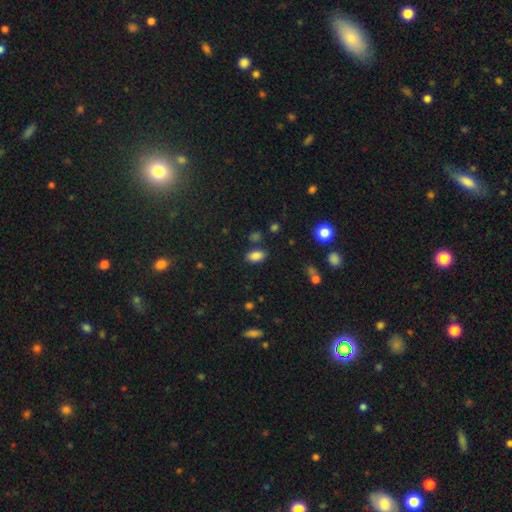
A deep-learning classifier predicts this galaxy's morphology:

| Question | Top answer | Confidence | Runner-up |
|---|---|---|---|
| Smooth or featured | smooth | 84% | star or artifact (11%) |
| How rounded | in between | 90% | round (7%) |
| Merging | none | 81% | minor disturbance (12%) |